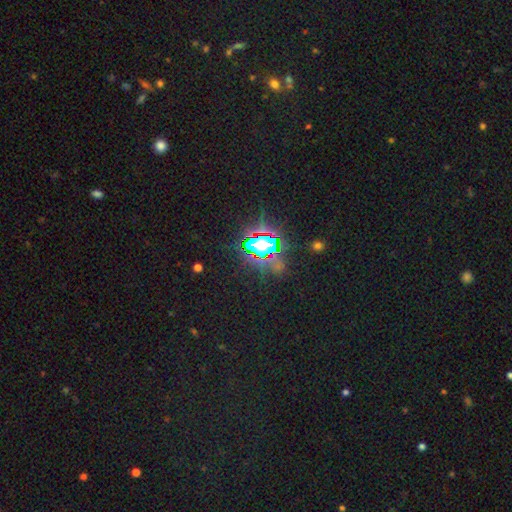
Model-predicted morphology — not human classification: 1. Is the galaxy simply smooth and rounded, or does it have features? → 79% star or artifact, 13% smooth, 9% featured or disk.